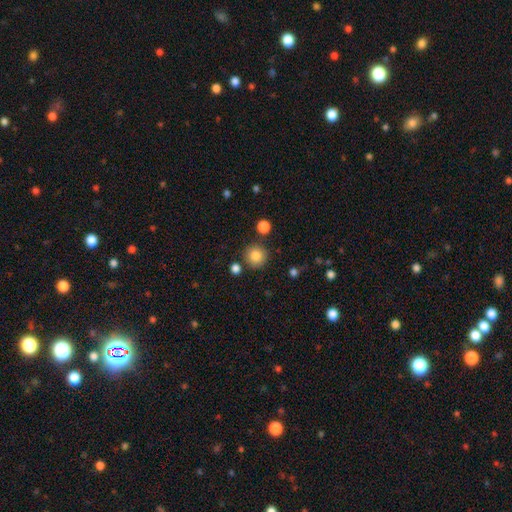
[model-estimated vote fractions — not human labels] Smooth or featured: smooth — 85% (star or artifact — 10%)
How rounded: round — 94% (in between — 5%)
Merging: none — 85% (minor disturbance — 7%)